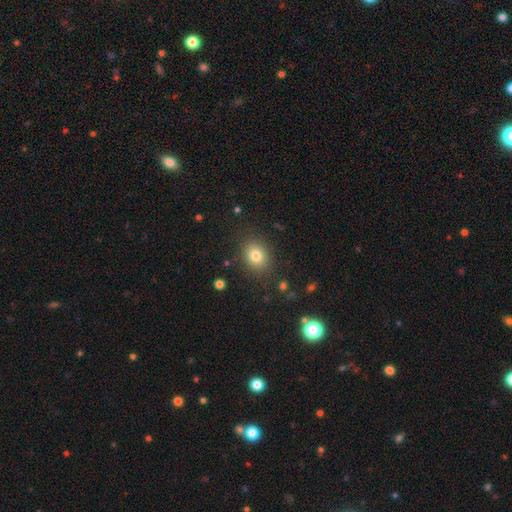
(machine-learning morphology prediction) Overall: smooth (79%). How rounded: round (52%; in between 47%). Merging: none (85%).